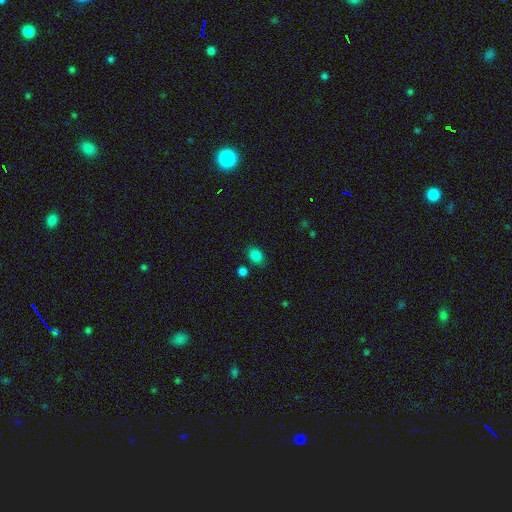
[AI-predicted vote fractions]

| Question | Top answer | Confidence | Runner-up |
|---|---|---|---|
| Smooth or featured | smooth | 84% | star or artifact (11%) |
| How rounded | in between | 64% | round (35%) |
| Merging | none | 79% | minor disturbance (12%) |